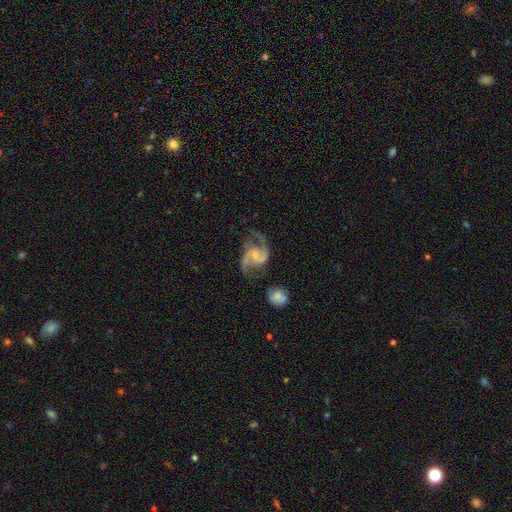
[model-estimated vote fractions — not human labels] Smooth or featured?
  - featured or disk: 90% *
  - smooth: 5%
  - star or artifact: 5%
Edge-on disk?
  - no: 98% *
  - yes: 2%
Bar?
  - weak: 45% * (tied)
  - no: 45% * (tied)
  - strong: 11%
Spiral arms?
  - yes: 97% *
  - no: 3%
Spiral winding?
  - medium: 49% *
  - loose: 42%
  - tight: 9%
Spiral arm count?
  - 2: 92% *
  - can't tell: 2%
  - 3: 2%
  - 1: 2%
  - 4: 1%
  - more than 4: 1%
Bulge size?
  - small: 52% *
  - moderate: 24%
  - none: 20%
  - large: 3%
  - dominant: 1%
Merging?
  - none: 59% *
  - minor disturbance: 19%
  - major disturbance: 15%
  - merger: 7%